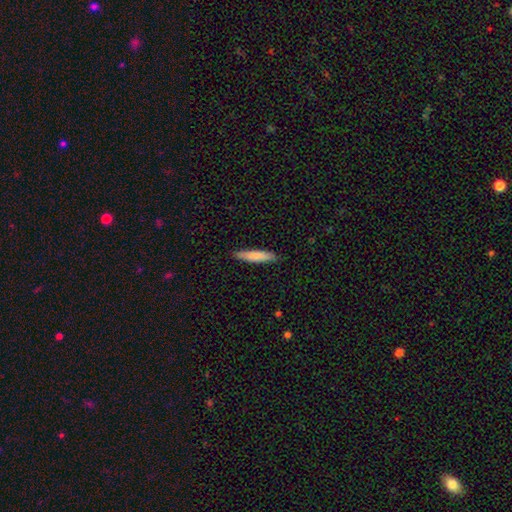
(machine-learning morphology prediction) This appears to be a smooth galaxy with no disk features (80%) that is cigar-shaped (86%). Merging: none (87%).